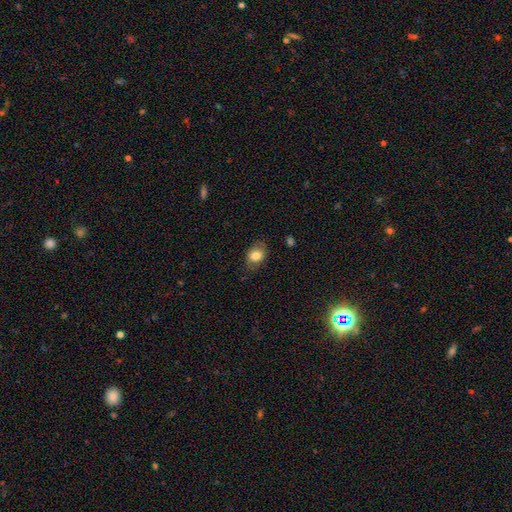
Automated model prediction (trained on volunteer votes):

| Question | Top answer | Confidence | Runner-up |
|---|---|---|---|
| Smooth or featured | smooth | 81% | featured or disk (11%) |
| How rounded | in between | 64% | round (35%) |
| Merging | none | 73% | minor disturbance (20%) |